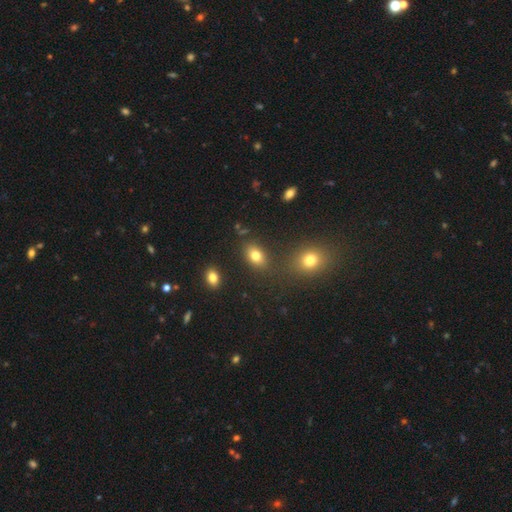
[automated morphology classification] Smooth or featured? Predicted: smooth (p=0.80). How rounded? Predicted: in between (p=0.81). Merging? Predicted: none (p=0.79).